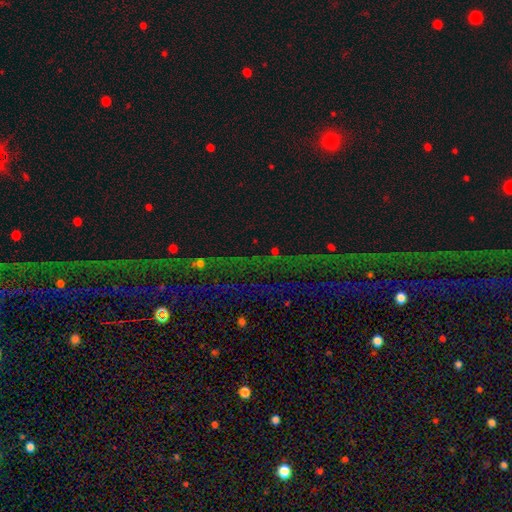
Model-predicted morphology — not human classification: star or artifact 76%, smooth 12%, featured or disk 11%.